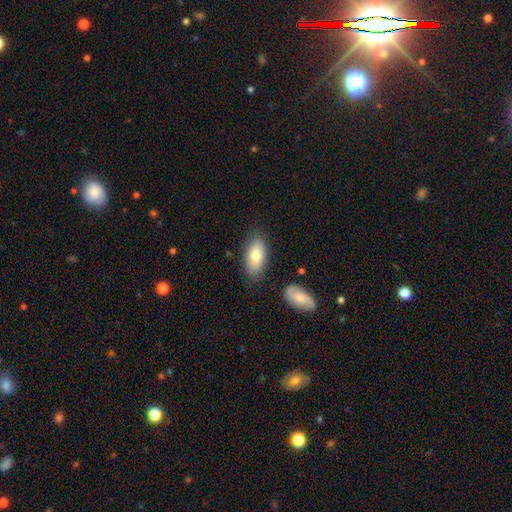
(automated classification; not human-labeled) Smooth or featured? smooth (74%)
How rounded? in between (90%)
Merging? none (79%)